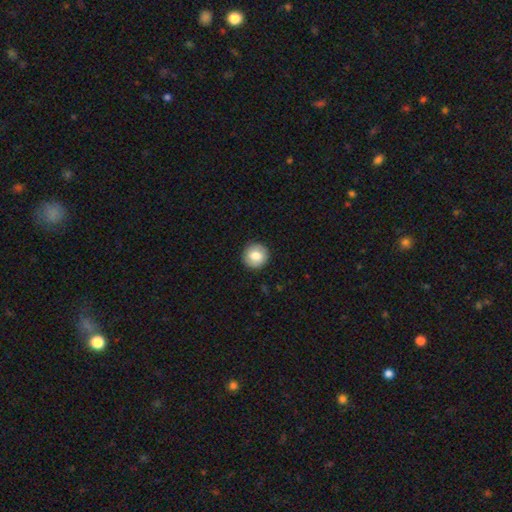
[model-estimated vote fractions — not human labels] Smooth or featured? smooth (80%)
How rounded? round (94%)
Merging? none (90%)